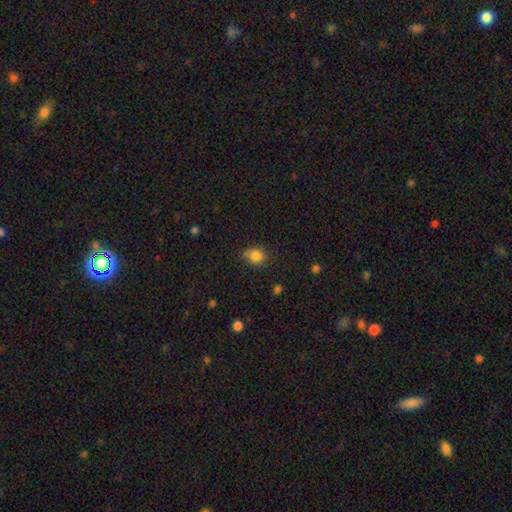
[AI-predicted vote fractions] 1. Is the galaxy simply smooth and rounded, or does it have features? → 85% smooth, 11% star or artifact, 4% featured or disk.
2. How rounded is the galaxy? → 66% round, 33% in between, 1% cigar-shaped.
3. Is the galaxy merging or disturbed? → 71% none, 22% minor disturbance, 5% major disturbance, 2% merger.